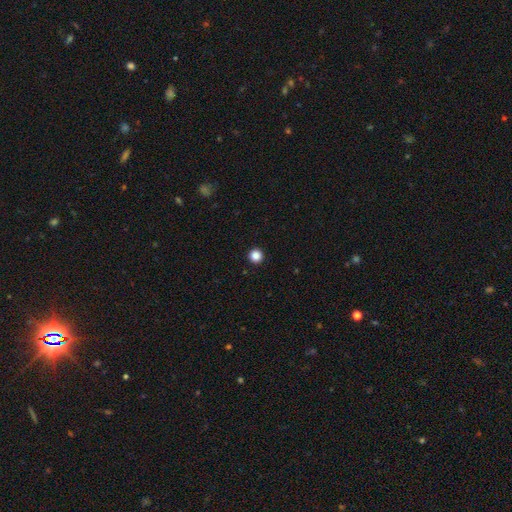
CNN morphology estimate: smooth_or_featured: smooth (p=0.86) [alt: star or artifact p=0.11]
how_rounded: round (p=0.97) [alt: in between p=0.02]
merging: none (p=0.94) [alt: minor disturbance p=0.03]